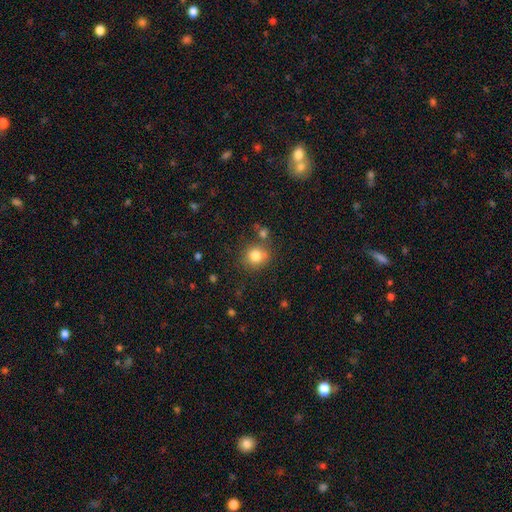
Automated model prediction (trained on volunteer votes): Q: Smooth or featured?
A: smooth (81%); runner-up: star or artifact (11%)
Q: How rounded?
A: round (83%); runner-up: in between (16%)
Q: Merging?
A: none (75%); runner-up: minor disturbance (12%)